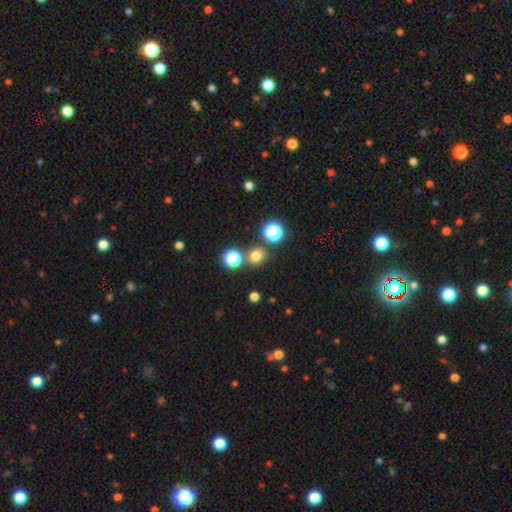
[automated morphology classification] Smooth or featured? smooth (69%)
How rounded? round (84%)
Merging? none (77%)